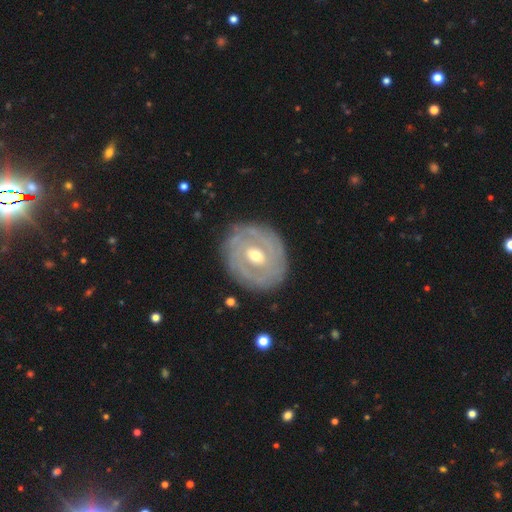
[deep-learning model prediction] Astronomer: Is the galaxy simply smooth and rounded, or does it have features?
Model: featured or disk — 82%.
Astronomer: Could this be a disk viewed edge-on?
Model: no — 97%.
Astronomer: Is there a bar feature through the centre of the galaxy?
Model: weak — 46% (runner-up: no, 38%).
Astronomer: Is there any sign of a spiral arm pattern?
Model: yes — 83%.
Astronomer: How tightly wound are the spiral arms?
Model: tight — 80%.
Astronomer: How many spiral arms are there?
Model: can't tell — 41% (runner-up: 2, 25%).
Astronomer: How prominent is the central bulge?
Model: moderate — 65%.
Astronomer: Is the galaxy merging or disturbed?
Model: none — 83%.